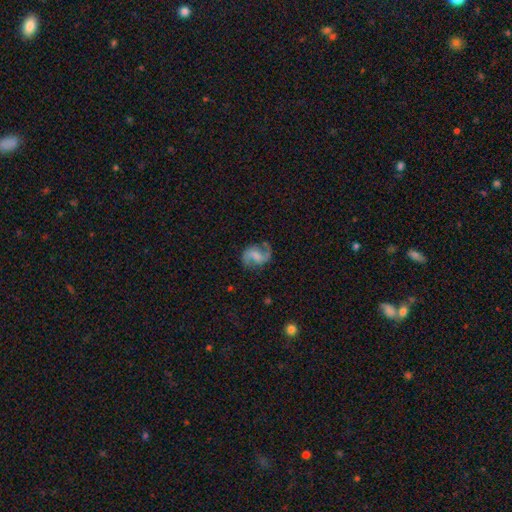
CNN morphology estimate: type=featured or disk (84%); edge-on=no (98%); bar=weak (52%); spiral arms=yes (96%); winding=medium (46%); arm count=2 (92%); bulge=none (40%); merging=none (78%).